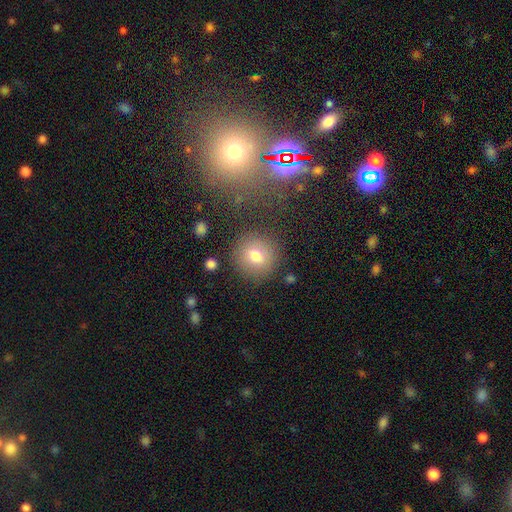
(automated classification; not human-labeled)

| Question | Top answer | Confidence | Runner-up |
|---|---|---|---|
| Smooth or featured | smooth | 74% | featured or disk (14%) |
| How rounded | round | 90% | in between (9%) |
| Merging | none | 85% | minor disturbance (8%) |